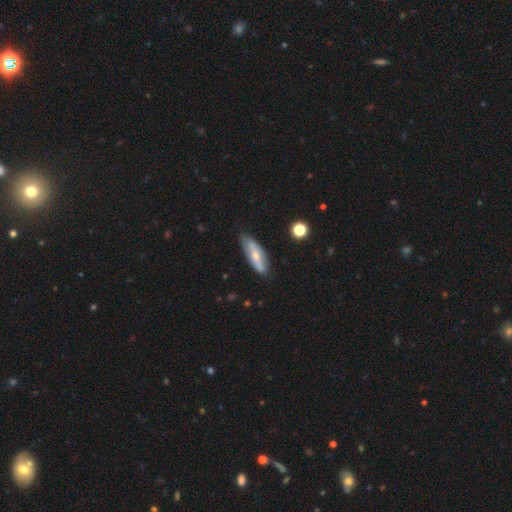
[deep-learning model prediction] Morphology: type=featured or disk (50%); edge-on=no (63%); merging=none (74%).